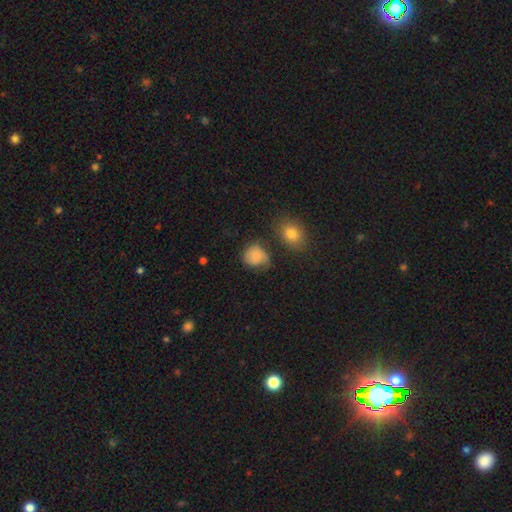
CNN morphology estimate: Smooth or featured? smooth (78%)
How rounded? round (72%)
Merging? none (50%)